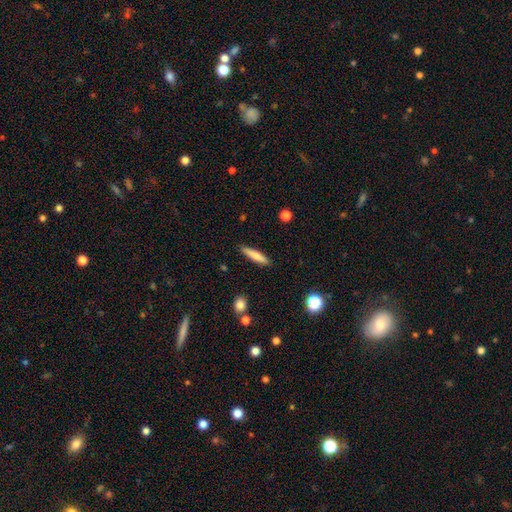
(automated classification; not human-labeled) A smooth galaxy with no disk features (73%) that is cigar-shaped (87%). Merging: none (89%).